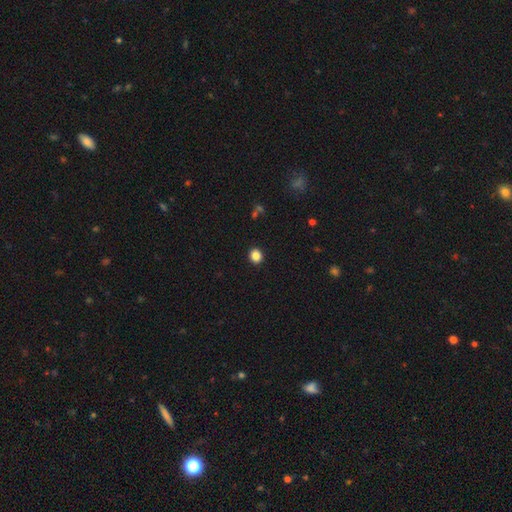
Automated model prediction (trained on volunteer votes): The model was most divided on "how rounded": round: 76%, in between: 23%, cigar-shaped: 1%. More confident: merging — none (92%); smooth or featured — smooth (86%).